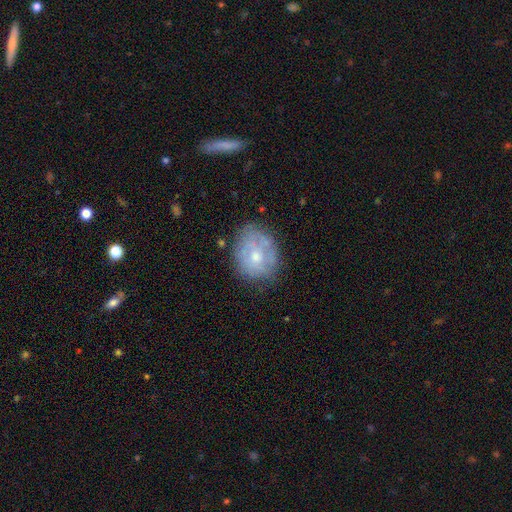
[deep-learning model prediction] smooth-or-featured: featured or disk: 53% | smooth: 39% | star or artifact: 8%
  disk-edge-on: no: 97% | yes: 3%
    bar: no: 85% | weak: 13% | strong: 2%
    has-spiral-arms: no: 55% | yes: 45%
    bulge-size: moderate: 51% | small: 42% | none: 3% | large: 3% | dominant: 1%
  merging: none: 68% | minor disturbance: 22% | major disturbance: 8% | merger: 2%